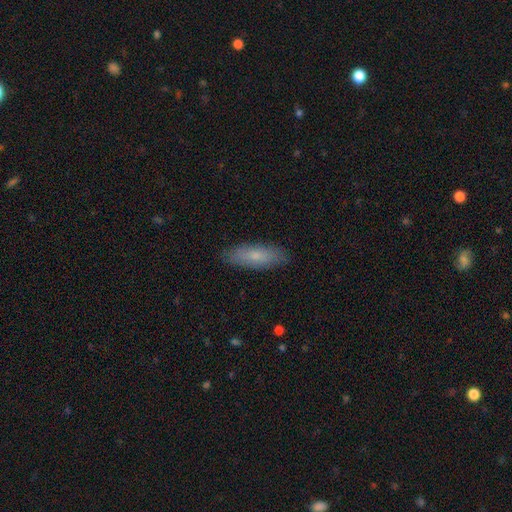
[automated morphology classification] This is likely a smooth galaxy (71%). How rounded: possibly in between (60%). Merging: clearly none (86%).